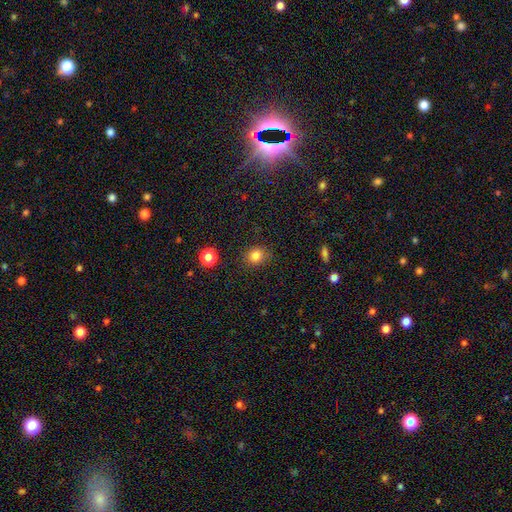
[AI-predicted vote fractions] Smooth or featured? Predicted: smooth (p=0.82). How rounded? Predicted: round (p=0.70). Merging? Predicted: none (p=0.85).